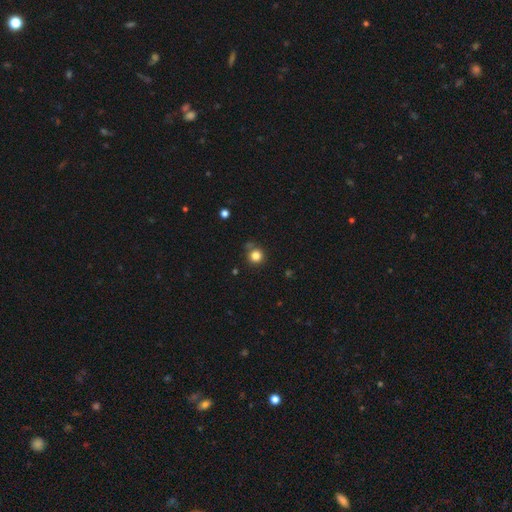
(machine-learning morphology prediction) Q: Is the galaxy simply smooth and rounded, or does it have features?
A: smooth — 82%.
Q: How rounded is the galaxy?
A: round — 94%.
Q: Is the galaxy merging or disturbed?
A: none — 79%.